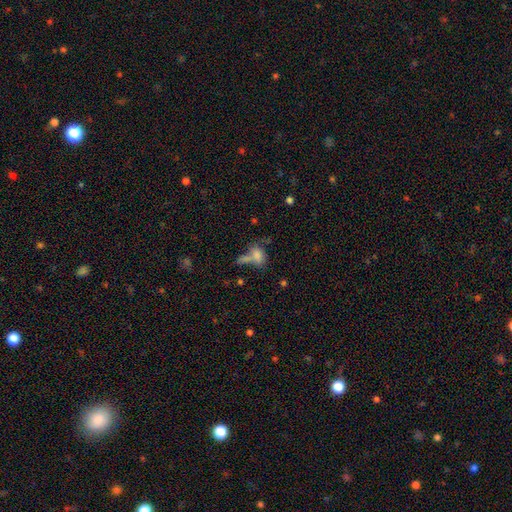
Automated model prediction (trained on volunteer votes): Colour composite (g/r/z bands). It shows a smooth galaxy with no disk features (76%) that is in between round and cigar-shaped (82%). Merging: merger (40%).